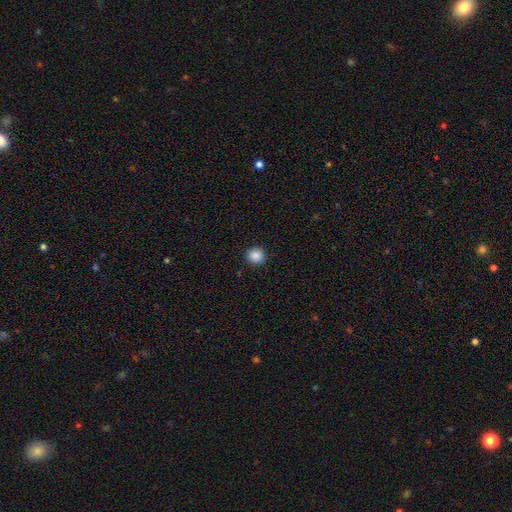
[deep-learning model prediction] Overall: smooth (87%). How rounded: round (92%). Merging: none (92%).